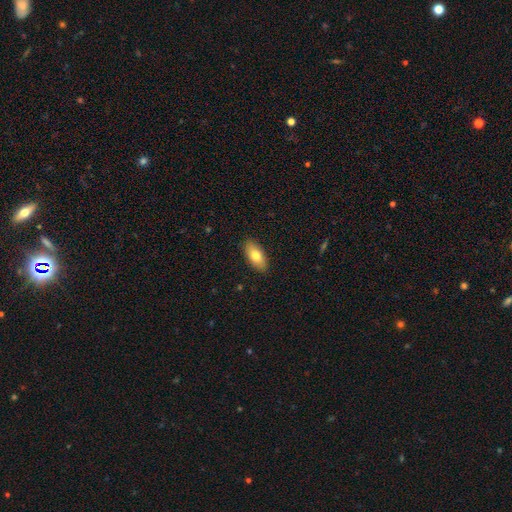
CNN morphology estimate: Smooth or featured: smooth — 76% (featured or disk — 17%)
How rounded: in between — 89% (cigar-shaped — 8%)
Merging: none — 89% (minor disturbance — 8%)